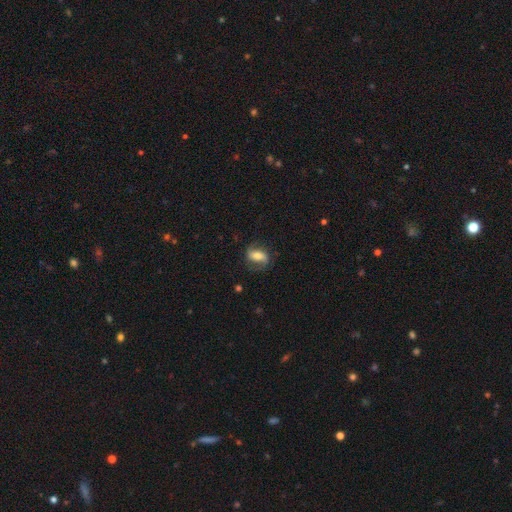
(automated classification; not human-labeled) A smooth galaxy with no disk features (47%).

Vote fractions:
- Smooth or featured? smooth: 47% / featured or disk: 45% / star or artifact: 8%
- Merging? none: 69% / minor disturbance: 20% / major disturbance: 10% / merger: 1%